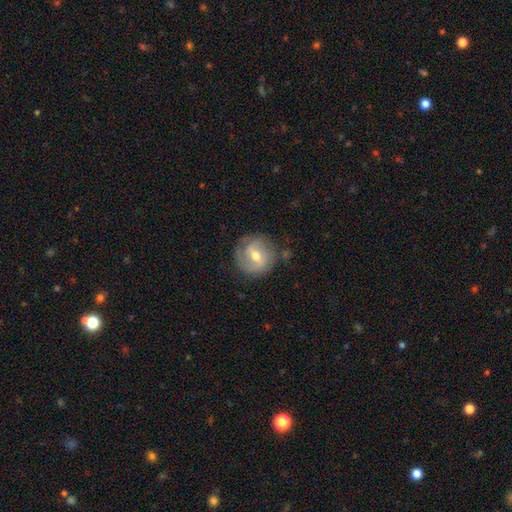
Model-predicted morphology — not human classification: smooth-or-featured: featured or disk: 66% | smooth: 28% | star or artifact: 6%
  disk-edge-on: no: 97% | yes: 3%
    bar: weak: 55% | strong: 24% | no: 22%
    has-spiral-arms: yes: 81% | no: 19%
      spiral-winding: medium: 40% | tight: 39% | loose: 21%
      spiral-arm-count: 2: 64% | can't tell: 18% | 1: 9% | 3: 6% | 4: 2% | more than 4: 2%
    bulge-size: moderate: 68% | small: 26% | large: 4% | none: 1% | dominant: 1%
  merging: none: 76% | minor disturbance: 16% | major disturbance: 6% | merger: 2%